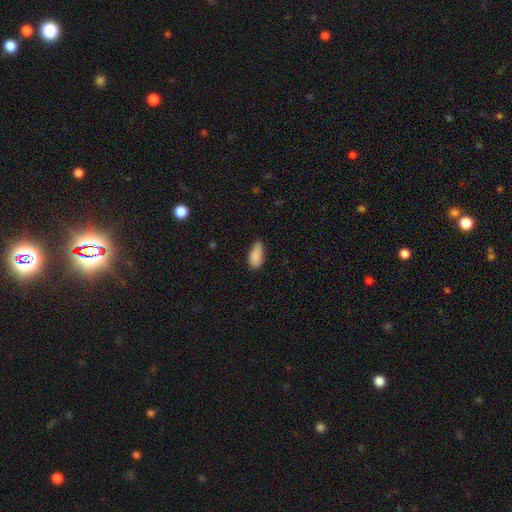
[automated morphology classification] Smooth or featured: smooth — 87% (star or artifact — 7%)
How rounded: in between — 88% (cigar-shaped — 9%)
Merging: none — 64% (minor disturbance — 29%)